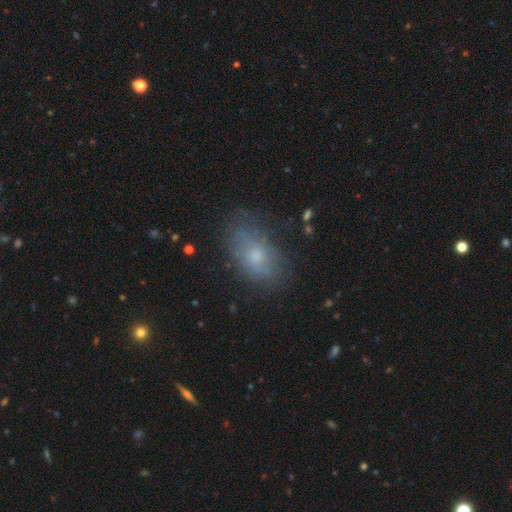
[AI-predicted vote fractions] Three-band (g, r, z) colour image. It shows a smooth galaxy with no disk features (62%) that is in between round and cigar-shaped (87%). Merging: none (66%).